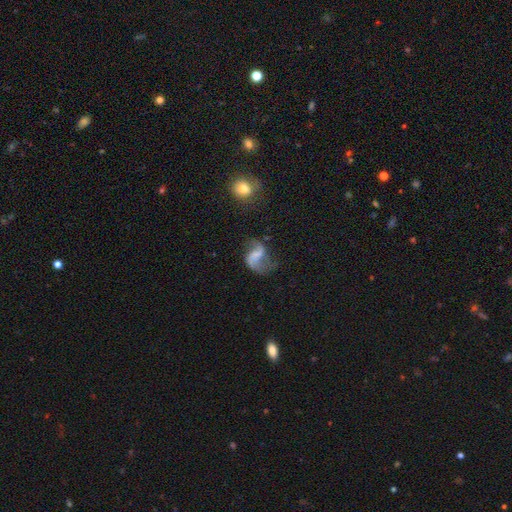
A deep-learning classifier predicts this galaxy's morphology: Smooth or featured? featured or disk (78%)
Edge-on disk? no (98%)
Bar? weak (44%)
Spiral arms? yes (91%)
Spiral winding? loose (75%)
Spiral arm count? 2 (86%)
Bulge size? none (57%)
Merging? none (51%)